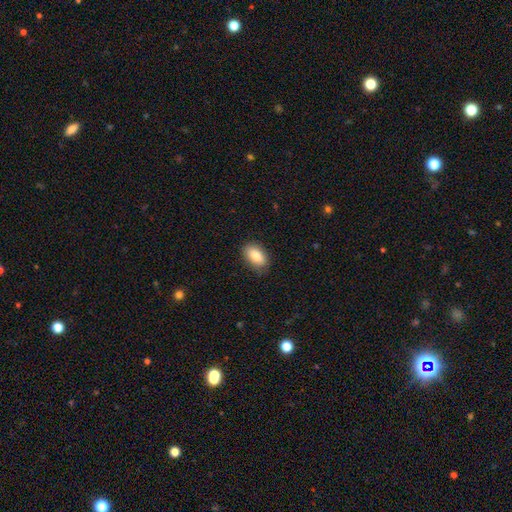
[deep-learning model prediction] This is clearly a smooth galaxy (85%). How rounded: clearly in between (91%). Merging: clearly none (86%).